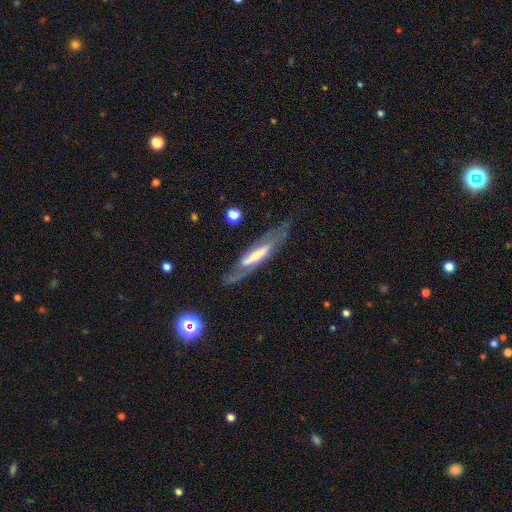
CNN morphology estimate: This appears to be a featured or disk galaxy (69%). Merging: none (64%).